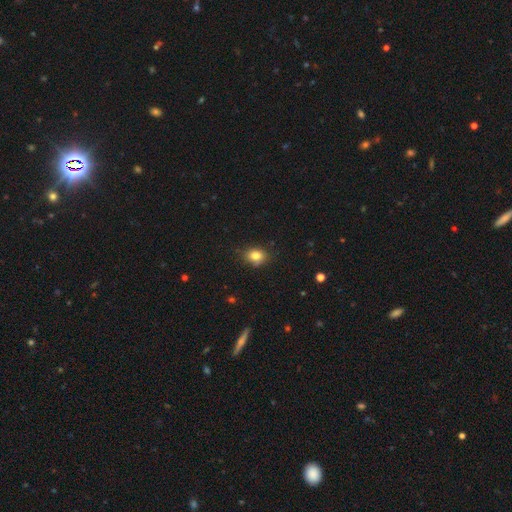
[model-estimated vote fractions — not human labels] This is clearly a smooth galaxy (81%). How rounded: possibly round (54%). Merging: likely none (76%).